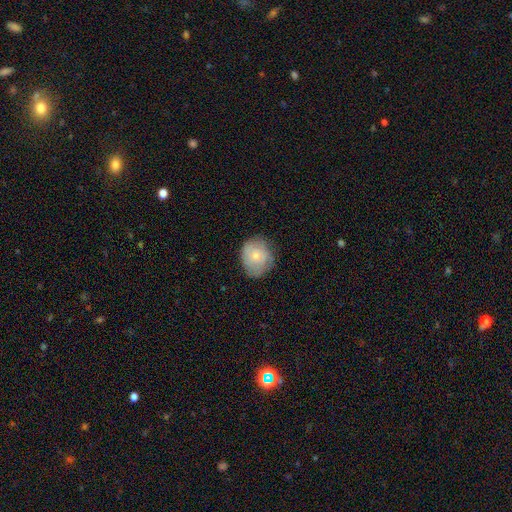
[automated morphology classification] Q: Smooth or featured?
A: smooth (60%); runner-up: featured or disk (33%)
Q: How rounded?
A: round (71%); runner-up: in between (28%)
Q: Merging?
A: none (70%); runner-up: minor disturbance (23%)